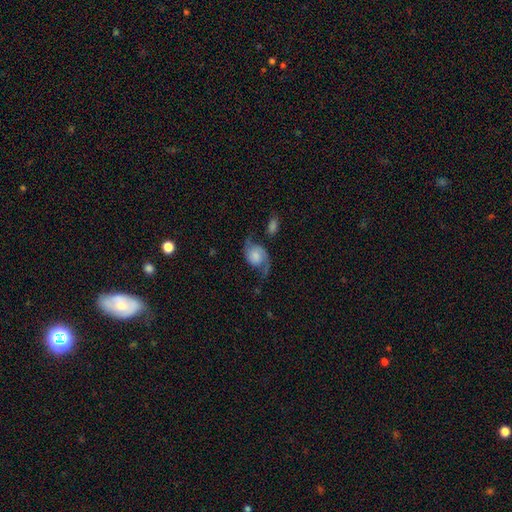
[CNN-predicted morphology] type=featured or disk (77%); edge-on=no (98%); bar=no (71%); spiral arms=yes (95%); winding=loose (66%); arm count=2 (92%); bulge=large (23%, tied with small); merging=none (58%).